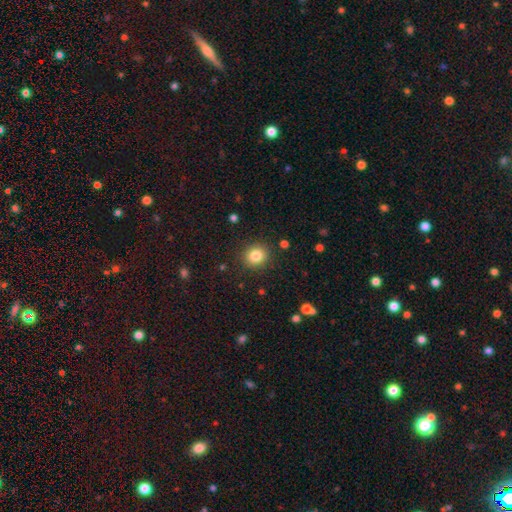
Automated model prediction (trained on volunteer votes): Smooth or featured? smooth (83%)
How rounded? round (80%)
Merging? none (89%)